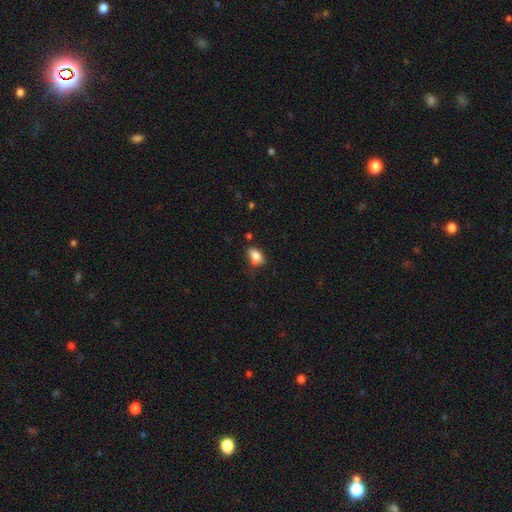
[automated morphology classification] Smooth or featured? Predicted: smooth (p=0.78). How rounded? Predicted: in between (p=0.81). Merging? Predicted: none (p=0.50).